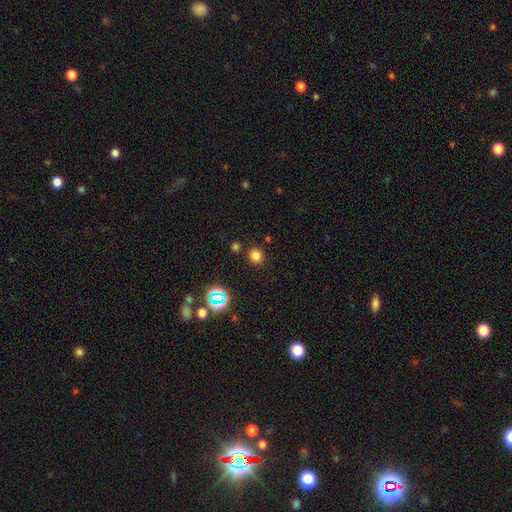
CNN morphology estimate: smooth 75%, star or artifact 20%, featured or disk 5%. Down the decision tree: how rounded — round (85%); merging — none (85%).